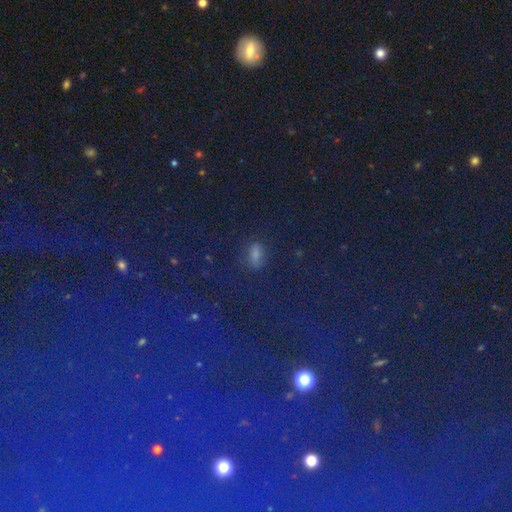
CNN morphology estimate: The model was most divided on "smooth or featured": star or artifact: 63%, smooth: 27%, featured or disk: 9%.